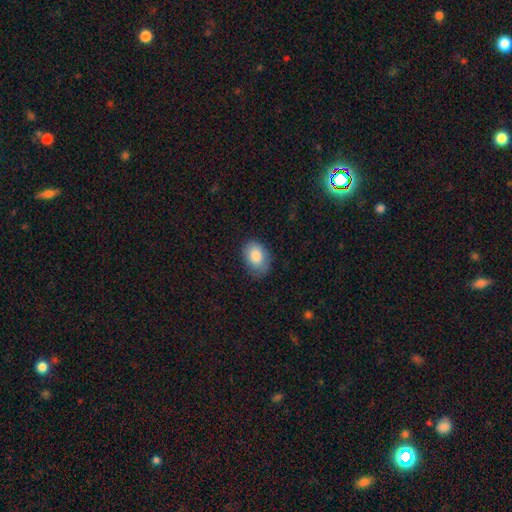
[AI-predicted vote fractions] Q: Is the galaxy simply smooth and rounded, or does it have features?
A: smooth — 84%.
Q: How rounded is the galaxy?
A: in between — 81%.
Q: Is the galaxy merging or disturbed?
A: none — 69%.